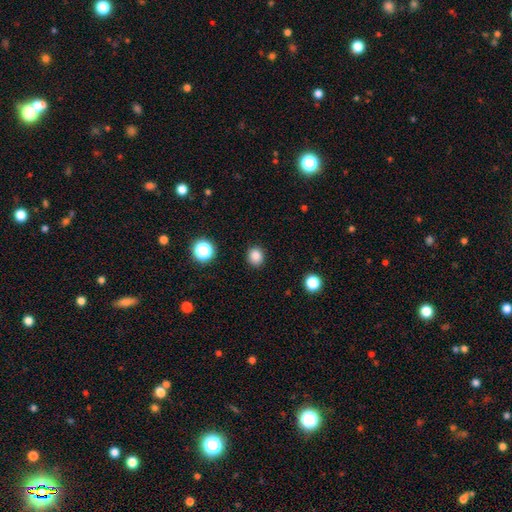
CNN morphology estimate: This appears to be a smooth galaxy with no disk features (84%) that is round (80%). Merging: none (89%).